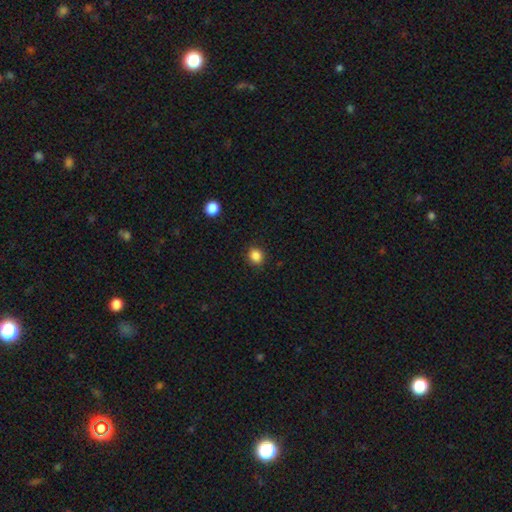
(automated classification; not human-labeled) smooth_or_featured: smooth (p=0.86) [alt: star or artifact p=0.11]
how_rounded: round (p=0.79) [alt: in between p=0.20]
merging: none (p=0.90) [alt: minor disturbance p=0.07]